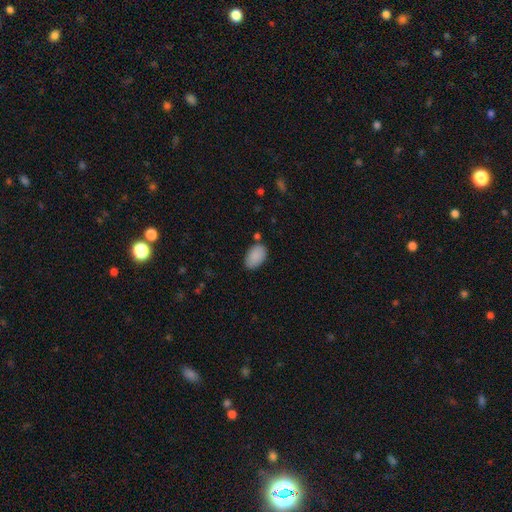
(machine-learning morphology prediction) smooth_or_featured: smooth (p=0.89) [alt: star or artifact p=0.07]
how_rounded: in between (p=0.92) [alt: round p=0.07]
merging: none (p=0.77) [alt: minor disturbance p=0.15]